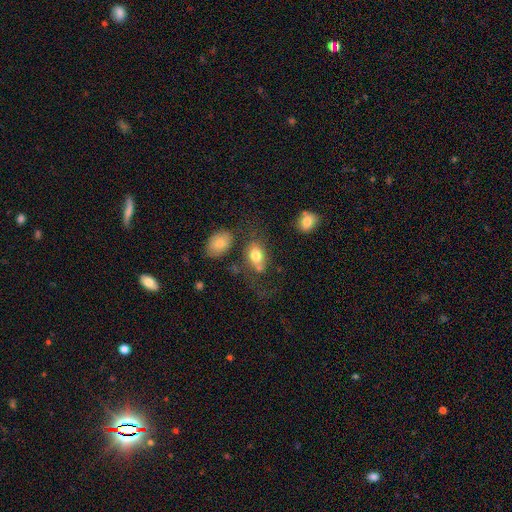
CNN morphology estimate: A smooth galaxy with no disk features (76%) that is in between round and cigar-shaped (79%).

Vote fractions:
- Smooth or featured? smooth: 76% / featured or disk: 15% / star or artifact: 9%
- How rounded? in between: 79% / round: 19% / cigar-shaped: 2%
- Merging? none: 46% / minor disturbance: 20% / major disturbance: 18% / merger: 16%